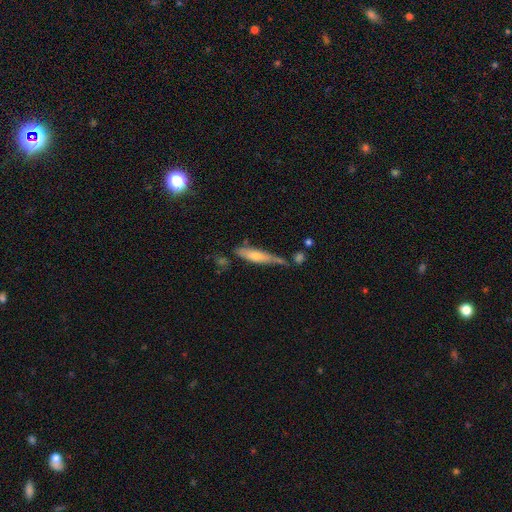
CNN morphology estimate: Smooth or featured? smooth (51%)
How rounded? cigar-shaped (83%)
Merging? none (54%)